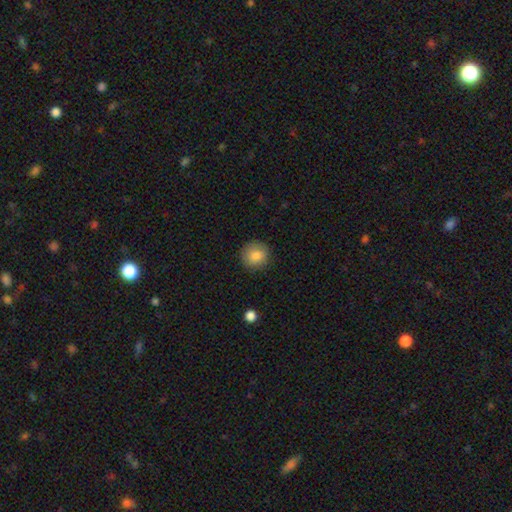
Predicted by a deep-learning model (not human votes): smooth 85%, star or artifact 8%, featured or disk 7%. Down the decision tree: how rounded — round (92%); merging — none (87%).